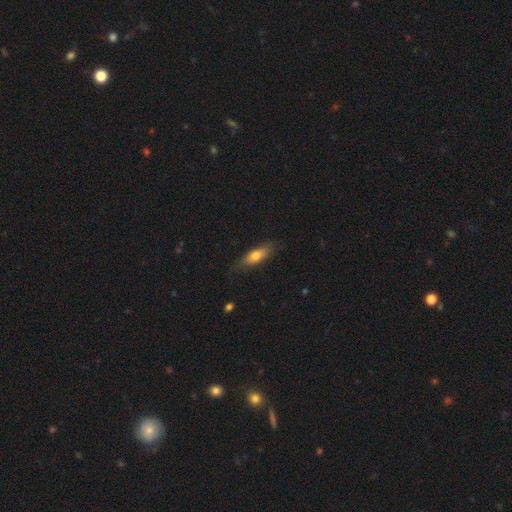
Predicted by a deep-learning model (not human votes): A smooth galaxy with no disk features (69%) that is in between round and cigar-shaped (61%).

Vote fractions:
- Smooth or featured? smooth: 69% / featured or disk: 24% / star or artifact: 6%
- How rounded? in between: 61% / cigar-shaped: 36% / round: 3%
- Merging? none: 71% / minor disturbance: 22% / major disturbance: 5% / merger: 1%